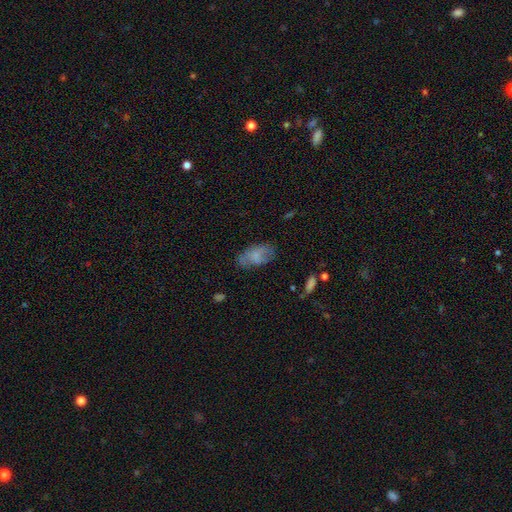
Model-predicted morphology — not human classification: This appears to be a smooth galaxy with no disk features (69%) that is in between round and cigar-shaped (93%). Merging: none (66%).